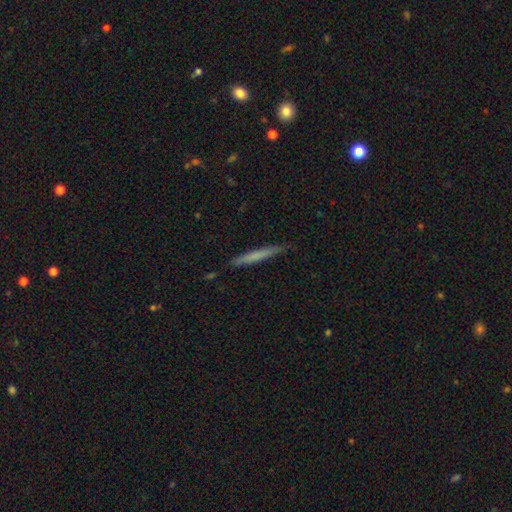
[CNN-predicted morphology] This is likely a smooth galaxy (63%). How rounded: clearly cigar-shaped (96%). Merging: clearly none (86%).